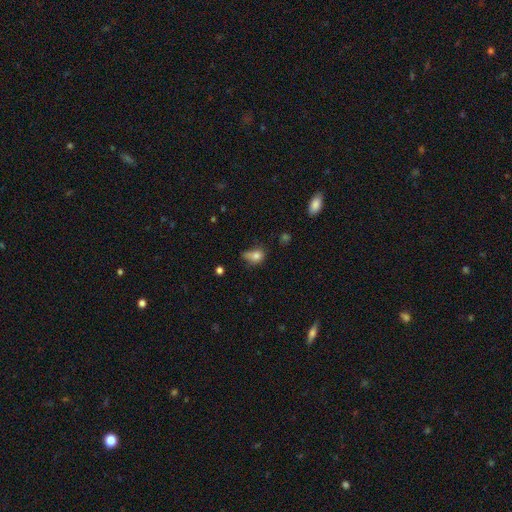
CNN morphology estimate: type=smooth (77%); roundness=in between (64%); merging=minor disturbance (41%).